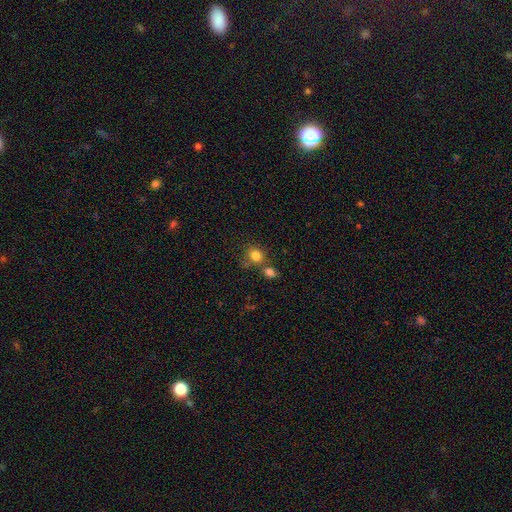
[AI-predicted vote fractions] This is clearly a smooth galaxy (82%). How rounded: likely round (73%). Merging: possibly none (58%).